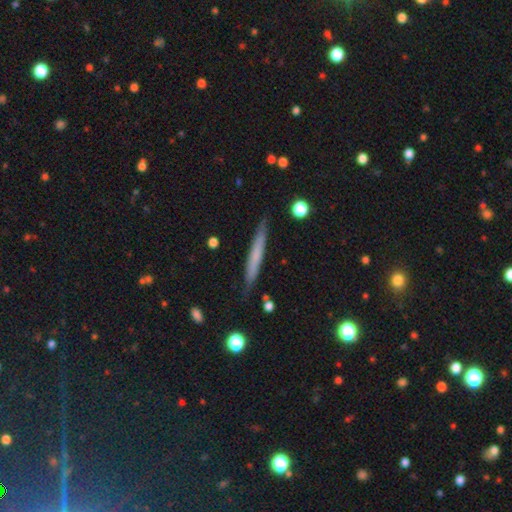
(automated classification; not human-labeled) Smooth or featured: smooth — 57% (featured or disk — 36%)
How rounded: cigar-shaped — 95% (in between — 3%)
Merging: none — 86% (minor disturbance — 10%)